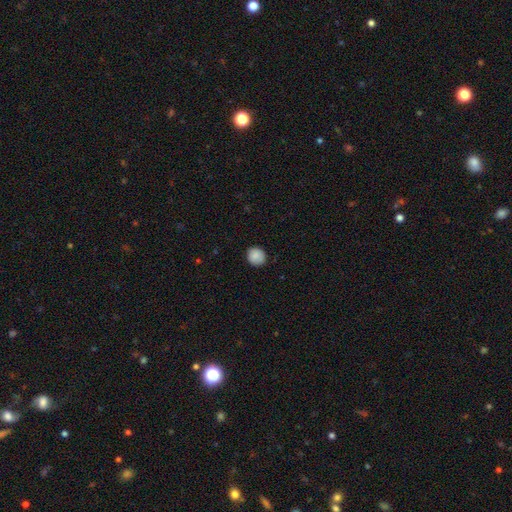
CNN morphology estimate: Q: Smooth or featured?
A: smooth (88%); runner-up: star or artifact (8%)
Q: How rounded?
A: round (88%); runner-up: in between (11%)
Q: Merging?
A: none (86%); runner-up: minor disturbance (10%)